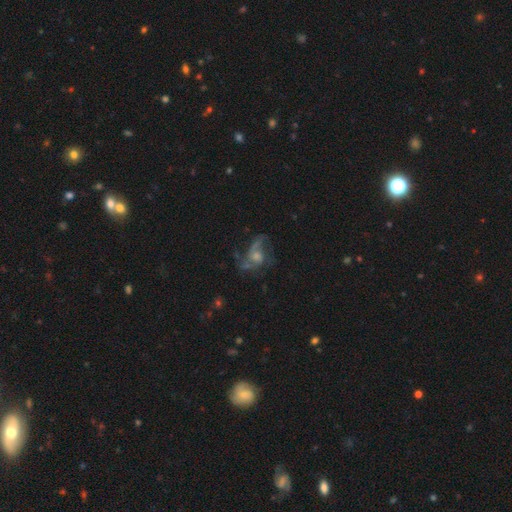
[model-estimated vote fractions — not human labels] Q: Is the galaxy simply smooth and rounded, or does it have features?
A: featured or disk — 68%.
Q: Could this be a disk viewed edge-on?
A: no — 97%.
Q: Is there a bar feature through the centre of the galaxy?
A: no — 71%.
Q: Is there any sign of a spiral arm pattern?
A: yes — 79%.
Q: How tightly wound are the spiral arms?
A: loose — 54%.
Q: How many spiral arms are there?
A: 2 — 50%.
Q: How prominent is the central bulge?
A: moderate — 42%.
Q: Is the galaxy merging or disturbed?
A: none — 43%.